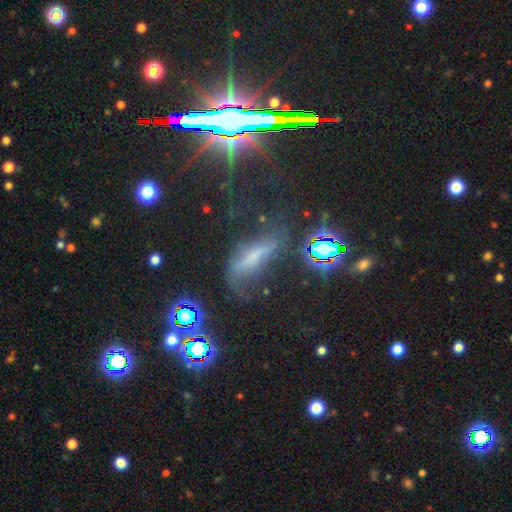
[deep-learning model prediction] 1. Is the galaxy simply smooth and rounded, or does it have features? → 35% star or artifact, 33% featured or disk, 33% smooth.